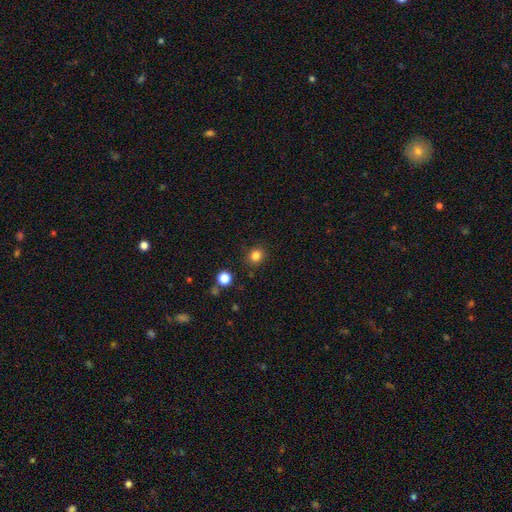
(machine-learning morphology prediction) A smooth galaxy with no disk features (83%) that is round (85%).

Vote fractions:
- Smooth or featured? smooth: 83% / star or artifact: 13% / featured or disk: 4%
- How rounded? round: 85% / in between: 15% / cigar-shaped: 1%
- Merging? none: 88% / minor disturbance: 7% / major disturbance: 2% / merger: 2%